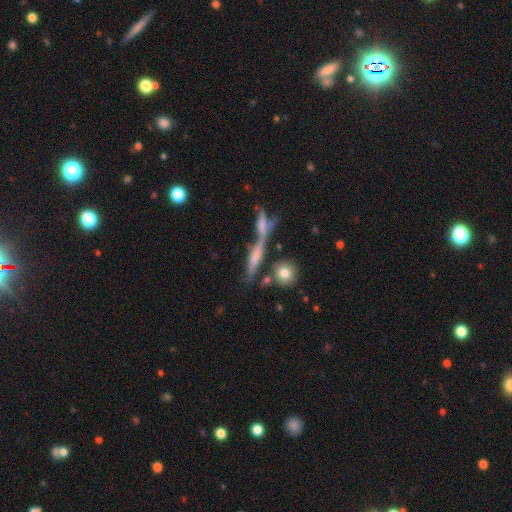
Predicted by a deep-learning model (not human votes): Smooth or featured? featured or disk (50%)
Merging? none (52%)